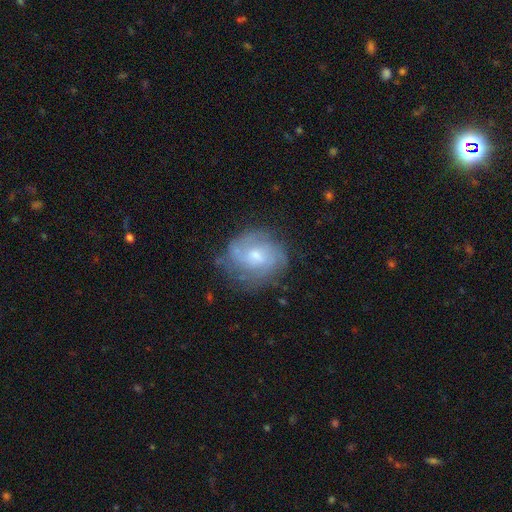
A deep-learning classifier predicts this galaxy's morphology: smooth_or_featured: featured or disk (p=0.73) [alt: smooth p=0.20]
disk_edge_on: no (p=0.97) [alt: yes p=0.03]
bar: no (p=0.54) [alt: weak p=0.41]
has_spiral_arms: yes (p=0.90) [alt: no p=0.10]
spiral_winding: tight (p=0.46) [alt: medium p=0.40]
spiral_arm_count: can't tell (p=0.36) [alt: 2 p=0.25]
bulge_size: moderate (p=0.50) [alt: small p=0.40]
merging: none (p=0.70) [alt: minor disturbance p=0.20]